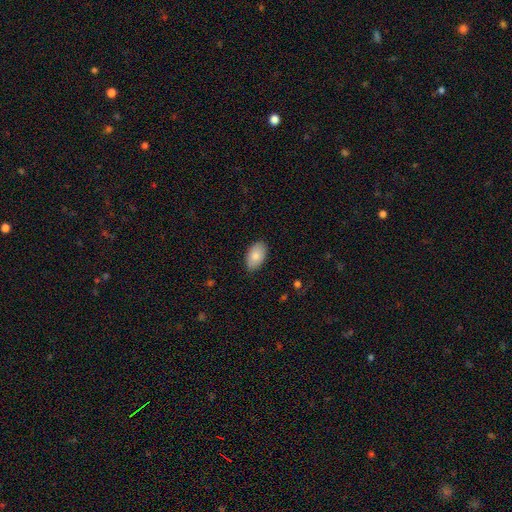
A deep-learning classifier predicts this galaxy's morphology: Smooth or featured?
  - smooth: 84% *
  - featured or disk: 10%
  - star or artifact: 6%
How rounded?
  - in between: 94% *
  - round: 5%
  - cigar-shaped: 1%
Merging?
  - none: 85% *
  - minor disturbance: 12%
  - major disturbance: 2%
  - merger: 1%